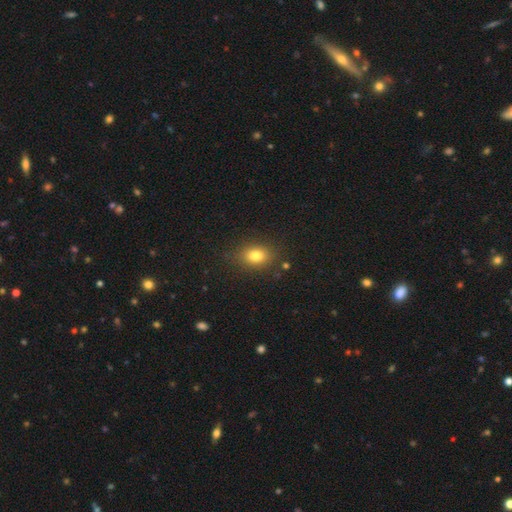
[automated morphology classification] A smooth galaxy with no disk features (81%) that is in between round and cigar-shaped (73%).

Vote fractions:
- Smooth or featured? smooth: 81% / star or artifact: 11% / featured or disk: 8%
- How rounded? in between: 73% / round: 25% / cigar-shaped: 2%
- Merging? none: 84% / minor disturbance: 11% / major disturbance: 3% / merger: 2%